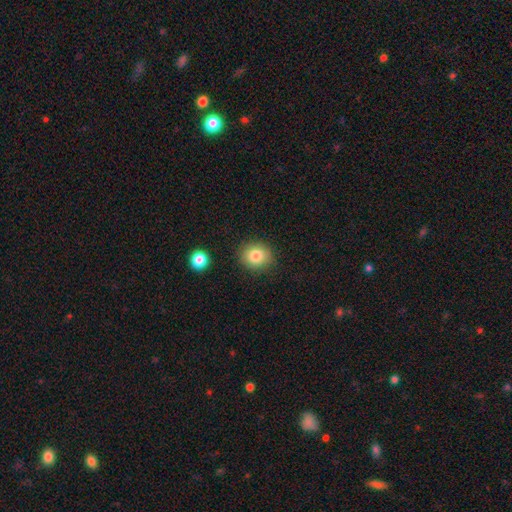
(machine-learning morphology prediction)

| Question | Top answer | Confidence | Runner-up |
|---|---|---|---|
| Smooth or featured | smooth | 82% | star or artifact (10%) |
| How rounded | round | 79% | in between (20%) |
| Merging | none | 85% | minor disturbance (10%) |